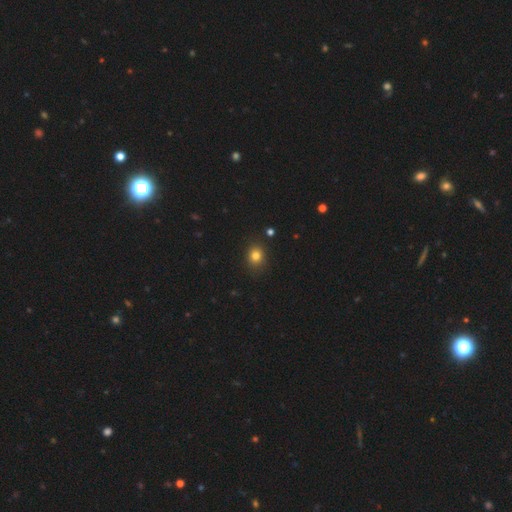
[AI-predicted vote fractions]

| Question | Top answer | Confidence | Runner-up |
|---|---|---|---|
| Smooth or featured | smooth | 80% | star or artifact (14%) |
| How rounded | round | 70% | in between (29%) |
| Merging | none | 86% | minor disturbance (10%) |